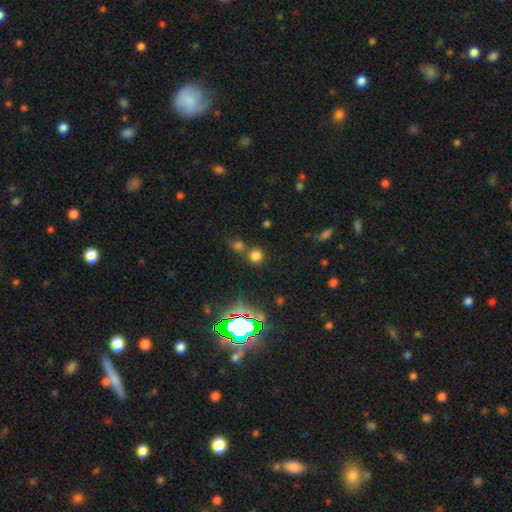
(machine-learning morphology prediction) A smooth galaxy with no disk features (68%) that is round (89%).

Vote fractions:
- Smooth or featured? smooth: 68% / star or artifact: 26% / featured or disk: 6%
- How rounded? round: 89% / in between: 10% / cigar-shaped: 1%
- Merging? none: 68% / merger: 21% / minor disturbance: 7% / major disturbance: 4%